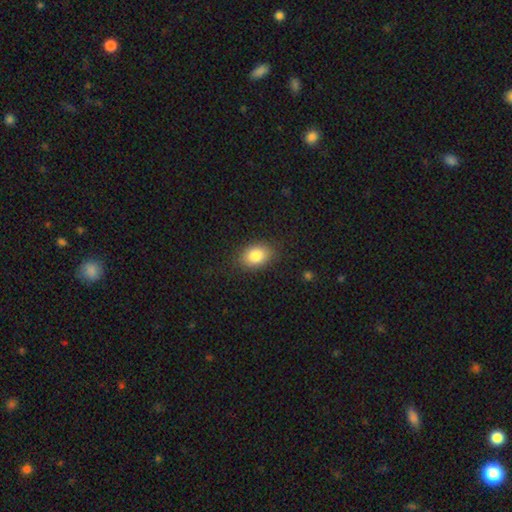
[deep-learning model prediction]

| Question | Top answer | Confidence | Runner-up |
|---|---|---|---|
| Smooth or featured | smooth | 85% | star or artifact (8%) |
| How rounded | in between | 78% | round (20%) |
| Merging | none | 84% | minor disturbance (12%) |